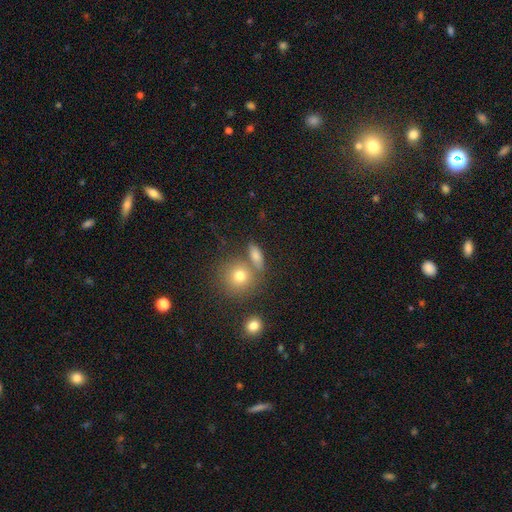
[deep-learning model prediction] Smooth or featured: smooth — 76% (featured or disk — 12%)
How rounded: in between — 56% (round — 28%)
Merging: none — 63% (merger — 19%)